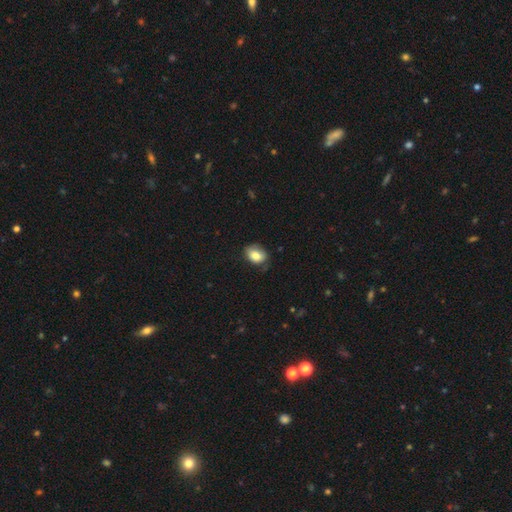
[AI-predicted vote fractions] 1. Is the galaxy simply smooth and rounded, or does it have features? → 81% smooth, 11% featured or disk, 8% star or artifact.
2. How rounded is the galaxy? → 68% in between, 31% round, 1% cigar-shaped.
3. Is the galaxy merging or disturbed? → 67% none, 26% minor disturbance, 5% major disturbance, 2% merger.